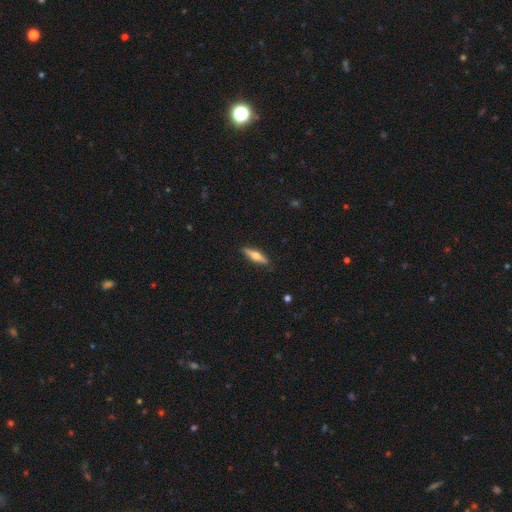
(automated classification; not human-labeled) Morphology: type=featured or disk (51%); edge-on=yes (94%); merging=none (89%).